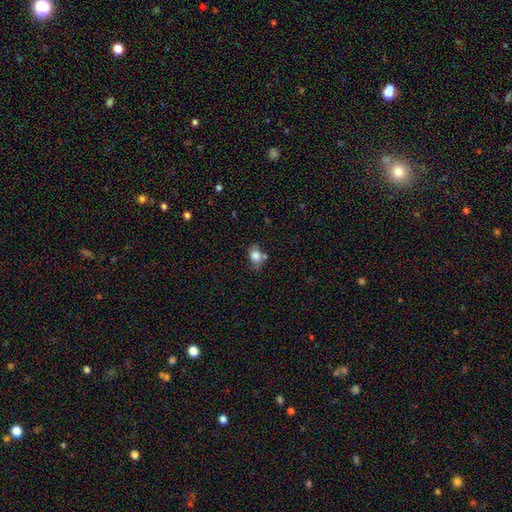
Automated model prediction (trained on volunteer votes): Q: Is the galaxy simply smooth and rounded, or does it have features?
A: smooth — 78%.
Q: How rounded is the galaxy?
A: in between — 63%.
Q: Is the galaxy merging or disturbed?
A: none — 55%.